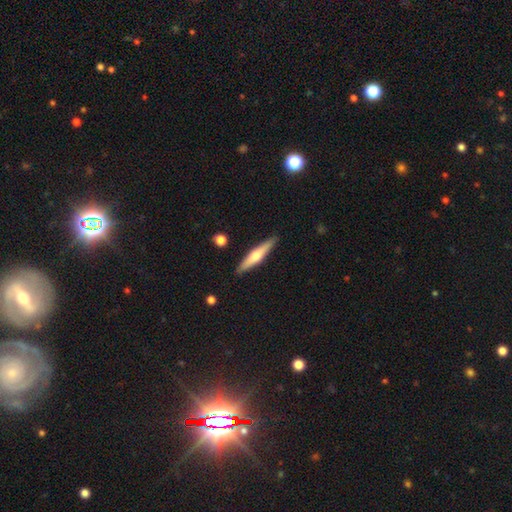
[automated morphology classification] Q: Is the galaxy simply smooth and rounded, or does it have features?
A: featured or disk — 52%.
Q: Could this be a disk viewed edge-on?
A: yes — 95%.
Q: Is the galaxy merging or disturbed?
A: none — 89%.